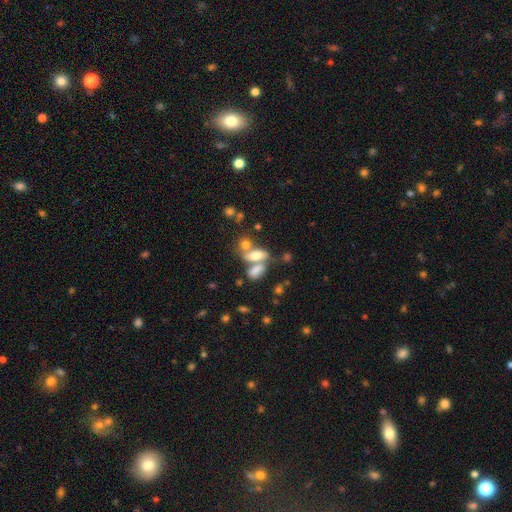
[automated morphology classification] Smooth or featured: smooth — 68% (featured or disk — 20%)
How rounded: in between — 80% (cigar-shaped — 10%)
Merging: merger — 49% (none — 32%)